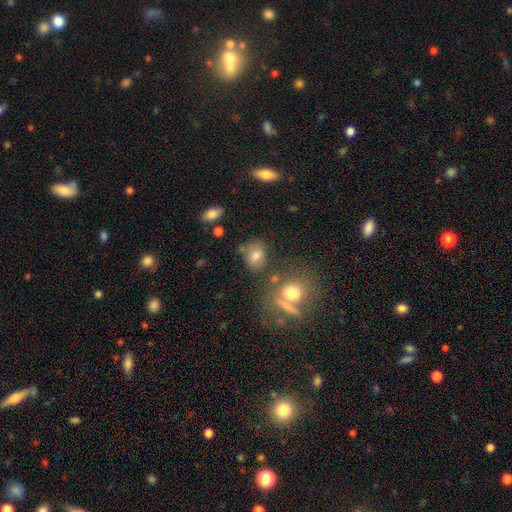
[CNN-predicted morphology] A smooth galaxy with no disk features (73%) that is in between round and cigar-shaped (57%).

Vote fractions:
- Smooth or featured? smooth: 73% / star or artifact: 15% / featured or disk: 12%
- How rounded? in between: 57% / round: 41% / cigar-shaped: 2%
- Merging? none: 63% / minor disturbance: 17% / merger: 12% / major disturbance: 7%